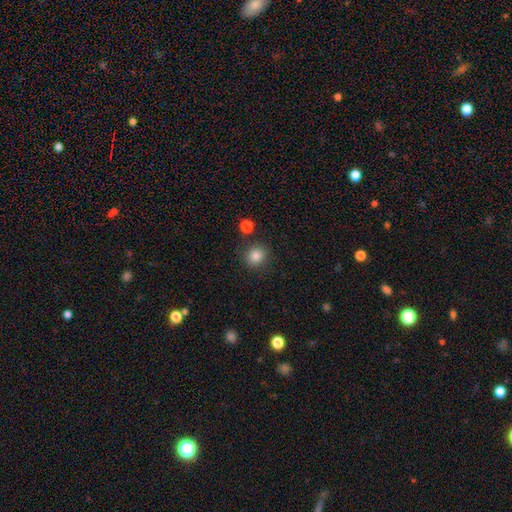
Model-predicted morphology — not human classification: A smooth galaxy with no disk features (84%) that is round (83%). Merging: none (84%).